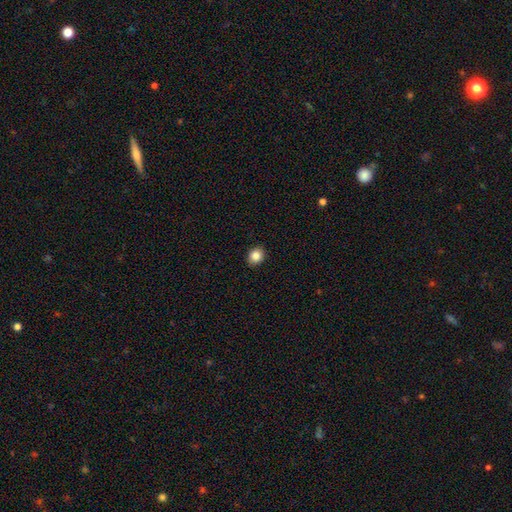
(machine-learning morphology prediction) This is clearly a smooth galaxy (84%). How rounded: likely round (71%). Merging: clearly none (91%).